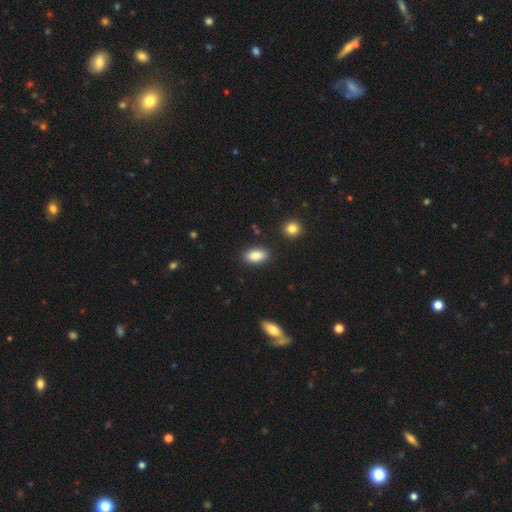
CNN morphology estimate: This appears to be a smooth galaxy with no disk features (87%) that is in between round and cigar-shaped (90%). Merging: none (86%).